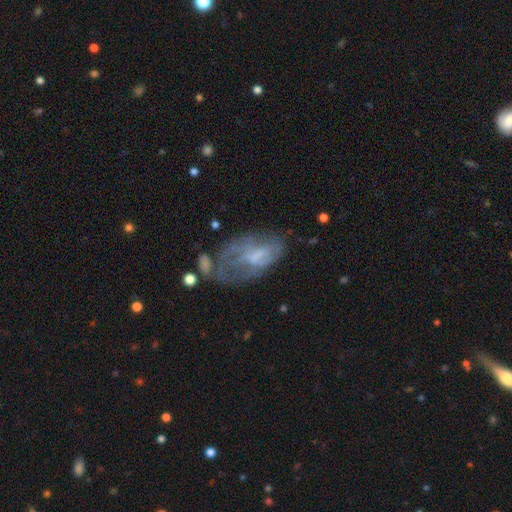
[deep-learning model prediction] Morphology: type=featured or disk (55%); edge-on=no (95%); bar=no (58%); spiral arms=no (61%); bulge=none (45%); merging=major disturbance (37%).